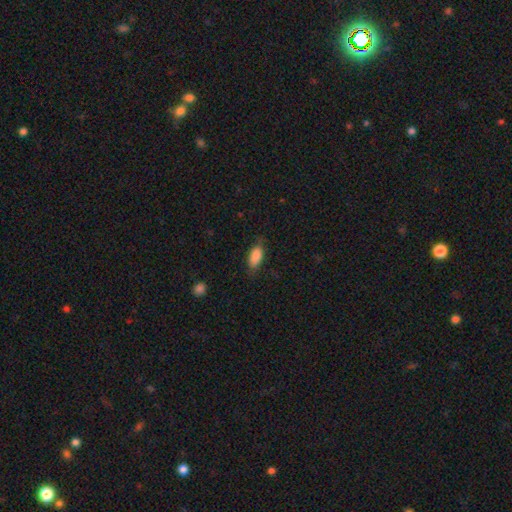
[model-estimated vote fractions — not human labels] Smooth or featured? smooth (86%)
How rounded? in between (87%)
Merging? none (76%)